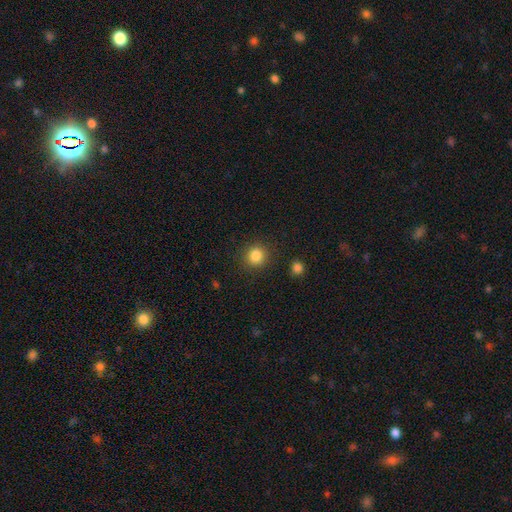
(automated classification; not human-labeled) Smooth or featured?
  - smooth: 84% *
  - star or artifact: 11%
  - featured or disk: 5%
How rounded?
  - round: 91% *
  - in between: 8%
  - cigar-shaped: 1%
Merging?
  - none: 89% *
  - minor disturbance: 7%
  - major disturbance: 3%
  - merger: 2%